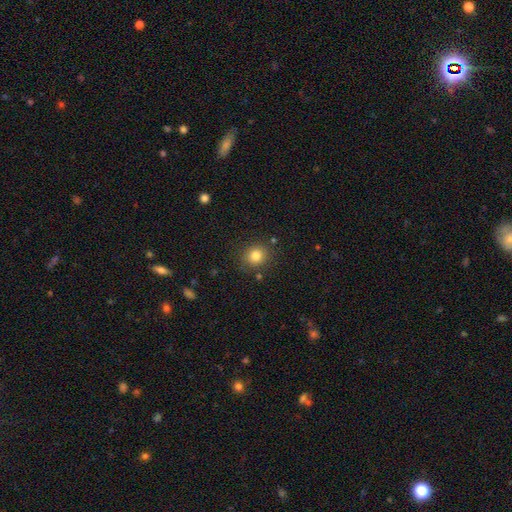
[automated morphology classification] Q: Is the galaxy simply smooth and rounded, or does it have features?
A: smooth — 81%.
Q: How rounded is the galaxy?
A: round — 83%.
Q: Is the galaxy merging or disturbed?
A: none — 85%.